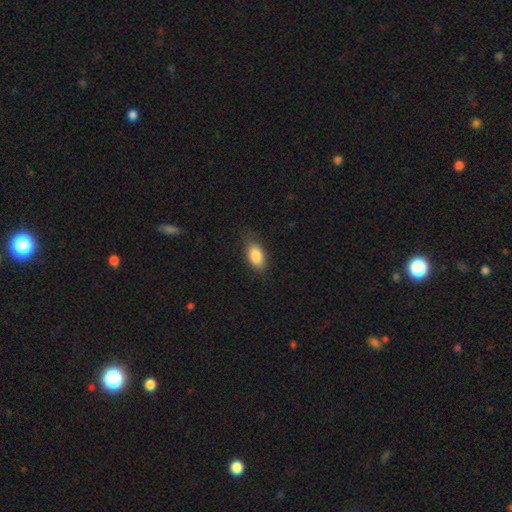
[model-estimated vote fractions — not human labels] Smooth or featured? smooth (87%)
How rounded? in between (91%)
Merging? none (79%)